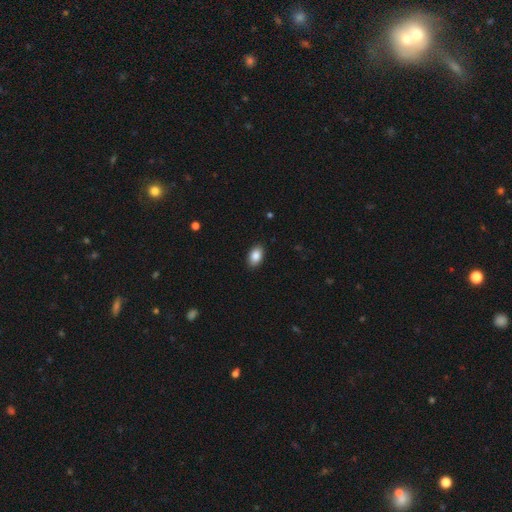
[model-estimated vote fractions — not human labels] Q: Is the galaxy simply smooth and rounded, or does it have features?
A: smooth — 87%.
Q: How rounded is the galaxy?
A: in between — 91%.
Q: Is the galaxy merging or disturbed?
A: none — 89%.